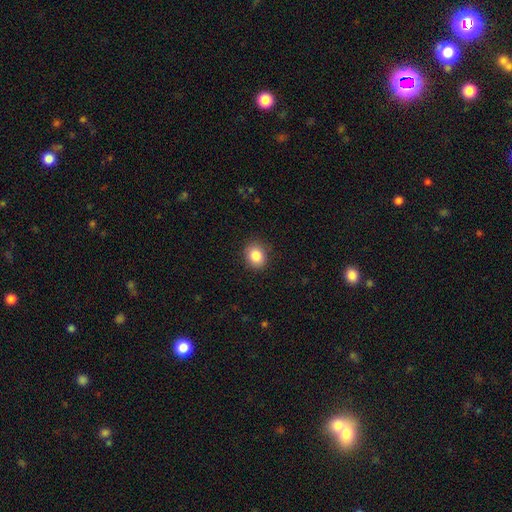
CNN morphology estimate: Smooth or featured? smooth (86%)
How rounded? round (62%)
Merging? none (88%)